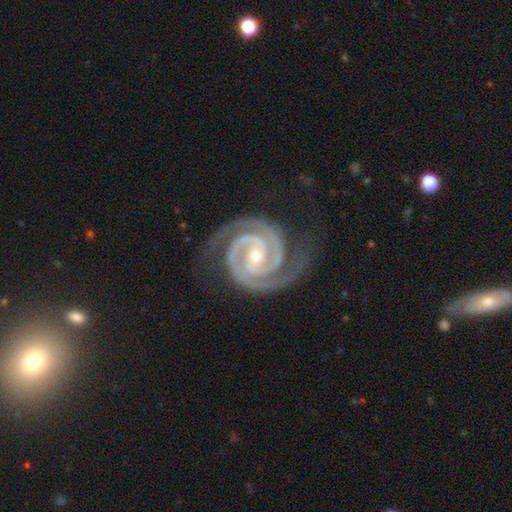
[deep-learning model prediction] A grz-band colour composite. It shows a featured or disk galaxy (95%) with no bar (35%), 2 (89%) tight (77%) spiral arms (99%) and a small central bulge (66%). Merging: none (78%).